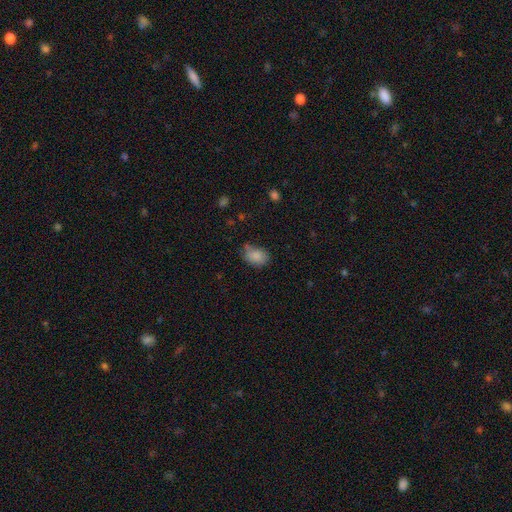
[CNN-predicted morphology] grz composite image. It shows a smooth galaxy with no disk features (86%) that is in between round and cigar-shaped (78%). Merging: none (65%).